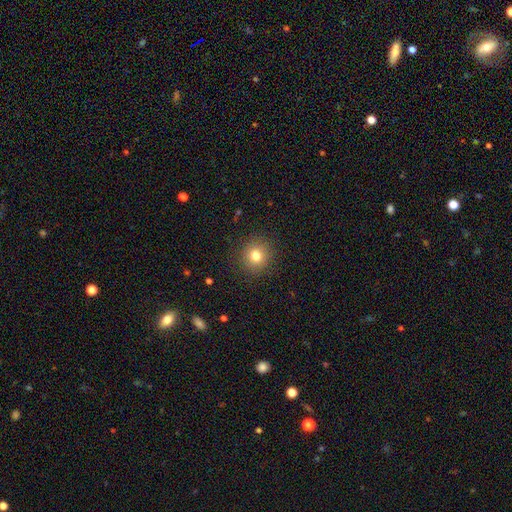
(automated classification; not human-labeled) This is likely a smooth galaxy (79%). How rounded: clearly round (90%). Merging: clearly none (90%).